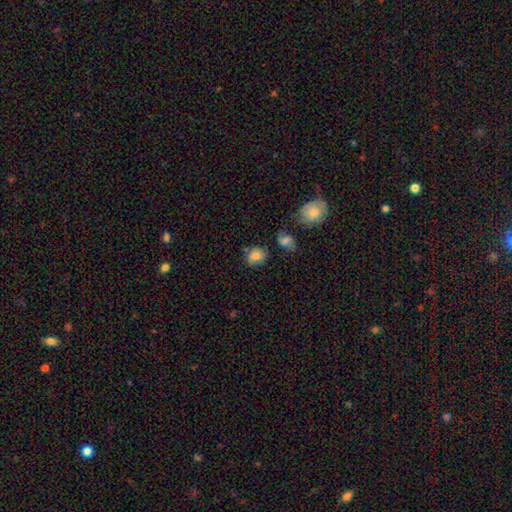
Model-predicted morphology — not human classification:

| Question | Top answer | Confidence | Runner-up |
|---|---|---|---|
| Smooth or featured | smooth | 81% | star or artifact (10%) |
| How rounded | round | 63% | in between (35%) |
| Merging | none | 72% | minor disturbance (18%) |